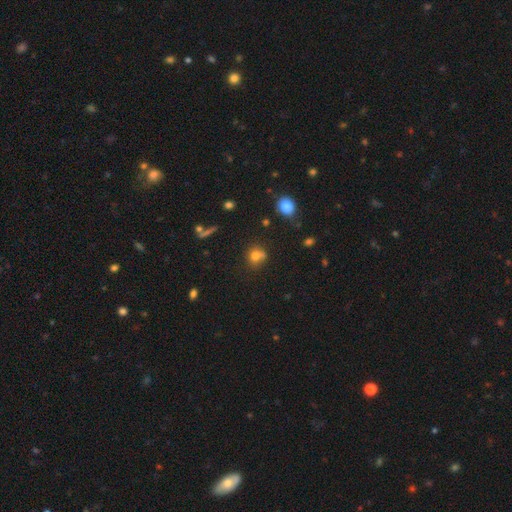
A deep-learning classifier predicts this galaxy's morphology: smooth_or_featured: smooth (p=0.74) [alt: star or artifact p=0.15]
how_rounded: round (p=0.78) [alt: in between p=0.21]
merging: none (p=0.53) [alt: merger p=0.25]